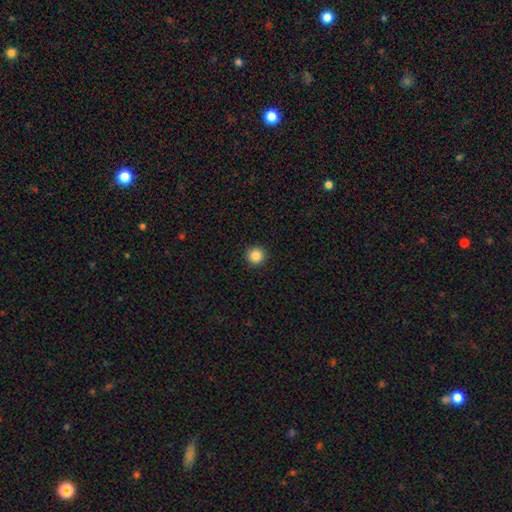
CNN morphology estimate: Smooth or featured? smooth (87%)
How rounded? round (96%)
Merging? none (93%)